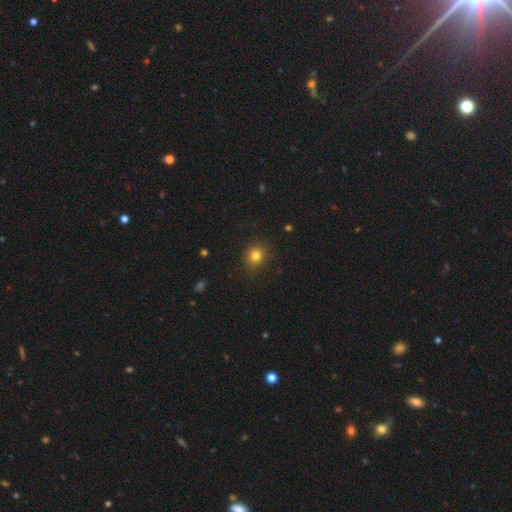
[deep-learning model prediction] Morphology: type=smooth (80%); roundness=round (76%); merging=none (83%).